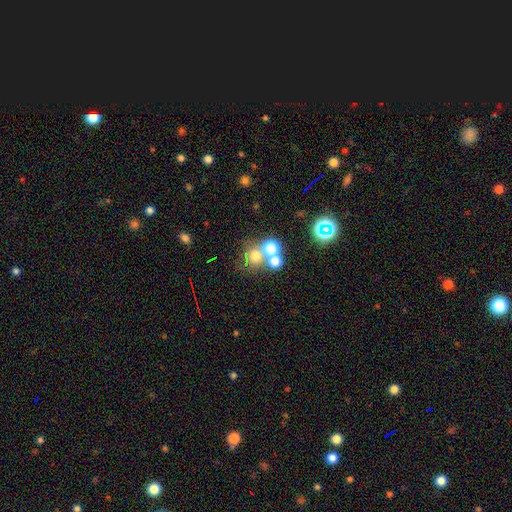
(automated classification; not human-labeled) Smooth or featured: smooth — 60% (star or artifact — 27%)
How rounded: round — 86% (in between — 13%)
Merging: none — 54% (merger — 34%)